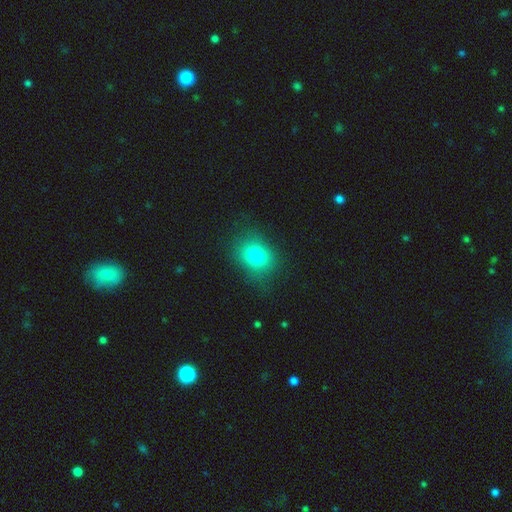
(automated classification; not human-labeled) Morphology: type=smooth (78%); roundness=in between (49%, tied with round); merging=none (77%).